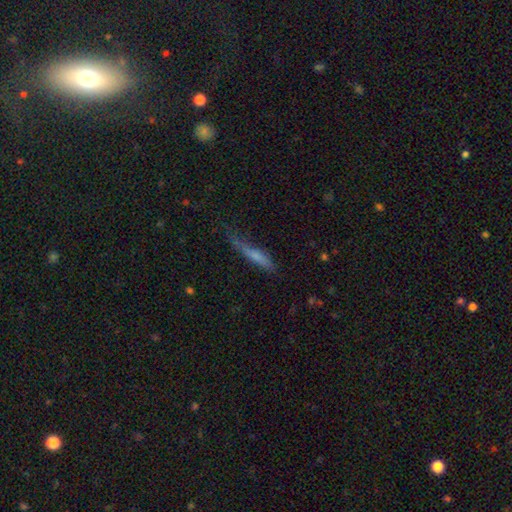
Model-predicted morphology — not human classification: Smooth or featured: smooth — 62% (featured or disk — 30%)
How rounded: cigar-shaped — 86% (in between — 11%)
Merging: none — 46% (minor disturbance — 32%)